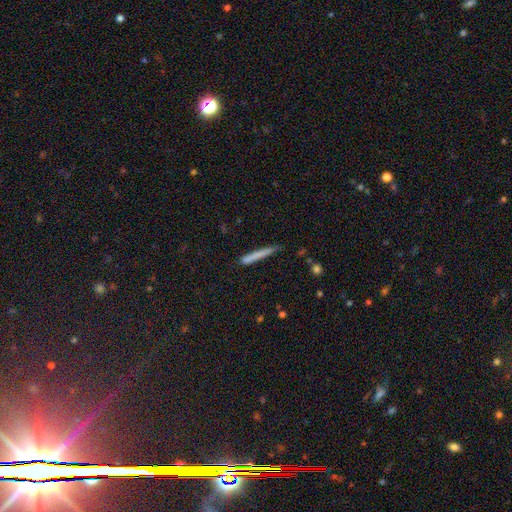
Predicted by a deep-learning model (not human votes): This appears to be a smooth galaxy with no disk features (72%) that is cigar-shaped (96%). Merging: none (75%).